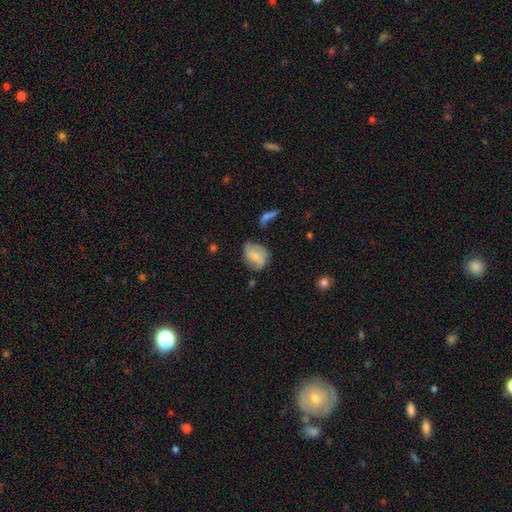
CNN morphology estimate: Smooth or featured? Predicted: smooth (p=0.48). Merging? Predicted: none (p=0.57).